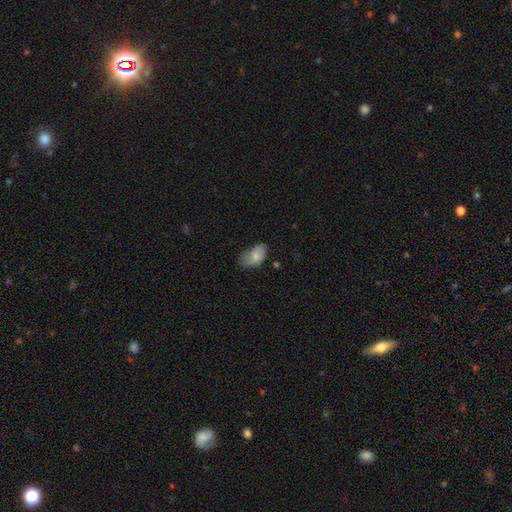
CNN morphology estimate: This is likely a smooth galaxy (73%). How rounded: clearly in between (91%). Merging: possibly none (47%).